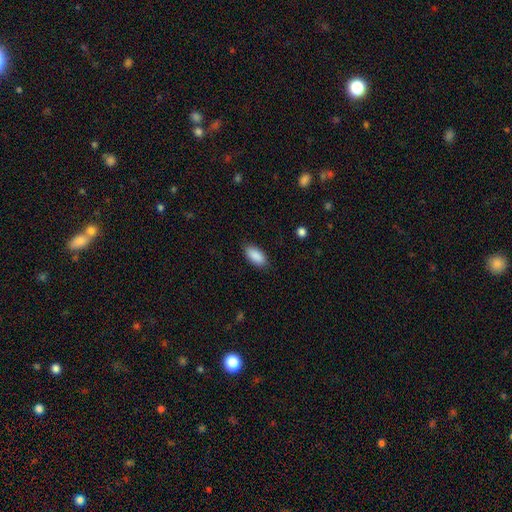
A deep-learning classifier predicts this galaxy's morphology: Smooth or featured? Predicted: smooth (p=0.90). How rounded? Predicted: in between (p=0.91). Merging? Predicted: none (p=0.87).